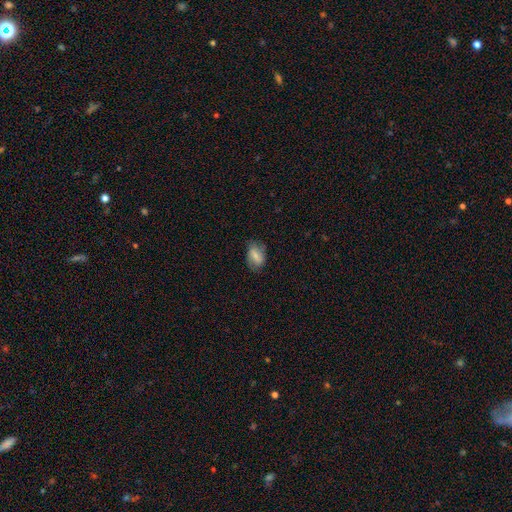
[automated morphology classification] Q: Smooth or featured?
A: smooth (68%); runner-up: featured or disk (24%)
Q: How rounded?
A: in between (84%); runner-up: round (14%)
Q: Merging?
A: none (71%); runner-up: minor disturbance (22%)